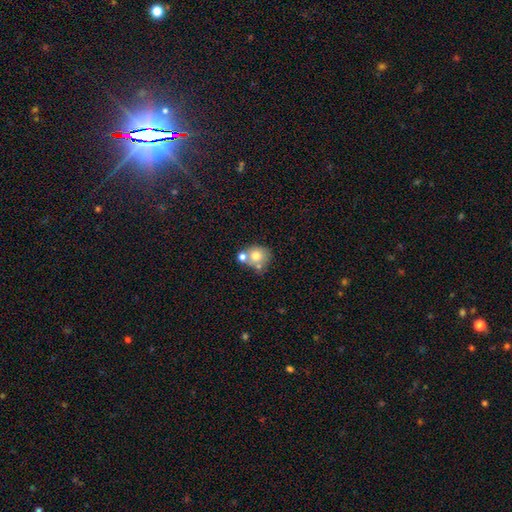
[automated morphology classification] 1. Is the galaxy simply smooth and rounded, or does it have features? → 69% smooth, 21% featured or disk, 10% star or artifact.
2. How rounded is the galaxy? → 77% round, 22% in between, 1% cigar-shaped.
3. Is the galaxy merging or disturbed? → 44% merger, 41% none, 11% minor disturbance, 5% major disturbance.